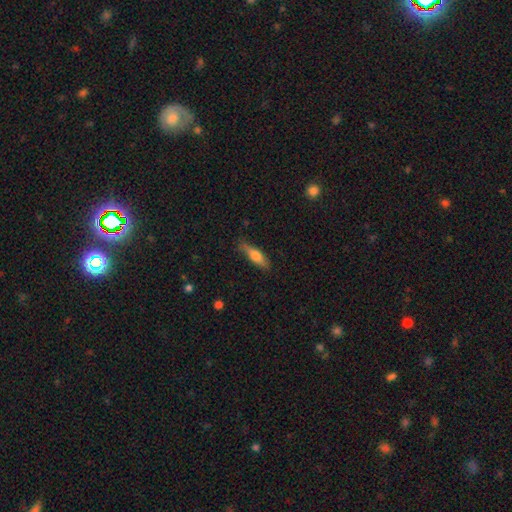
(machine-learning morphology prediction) smooth 69%, featured or disk 25%, star or artifact 6%. Down the decision tree: how rounded — cigar-shaped (56%); merging — none (75%).